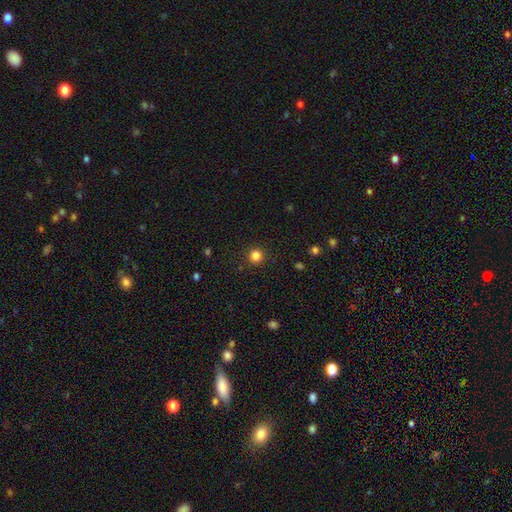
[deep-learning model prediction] smooth_or_featured: smooth (p=0.83) [alt: star or artifact p=0.13]
how_rounded: round (p=0.94) [alt: in between p=0.05]
merging: none (p=0.92) [alt: minor disturbance p=0.05]